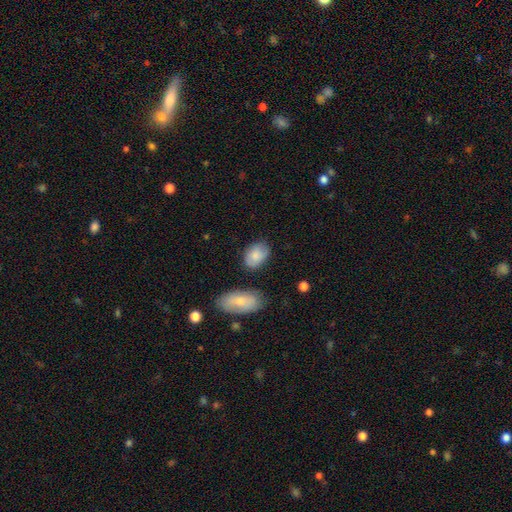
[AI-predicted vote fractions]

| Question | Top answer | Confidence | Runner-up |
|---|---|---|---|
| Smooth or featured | smooth | 80% | featured or disk (13%) |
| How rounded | in between | 86% | round (13%) |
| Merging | none | 70% | minor disturbance (21%) |